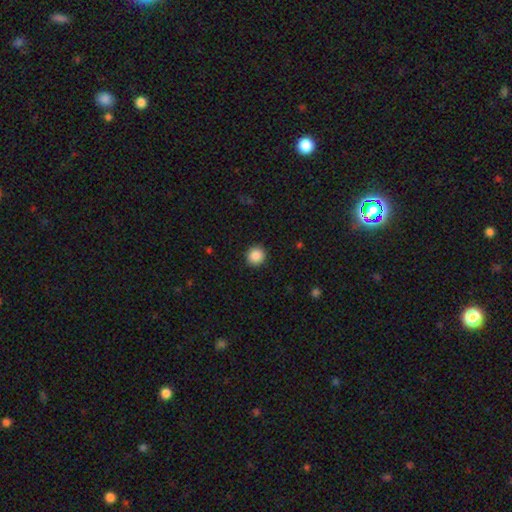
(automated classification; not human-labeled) This is clearly a smooth galaxy (88%). How rounded: clearly round (93%). Merging: clearly none (92%).